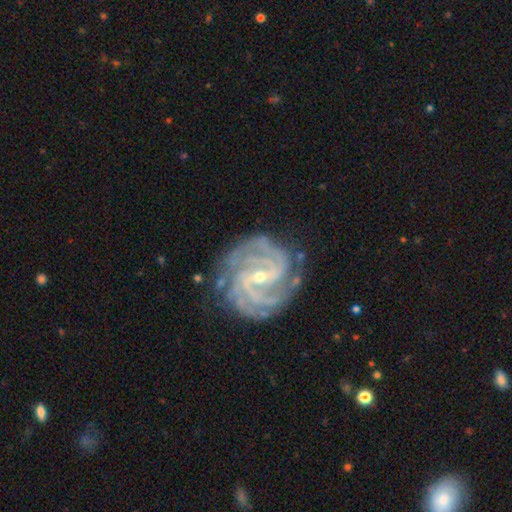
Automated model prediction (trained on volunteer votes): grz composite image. It shows a featured or disk galaxy (92%) with a weak bar (43%), 3 (28%) tight (68%) spiral arms (99%) and a small central bulge (71%). Merging: none (80%).